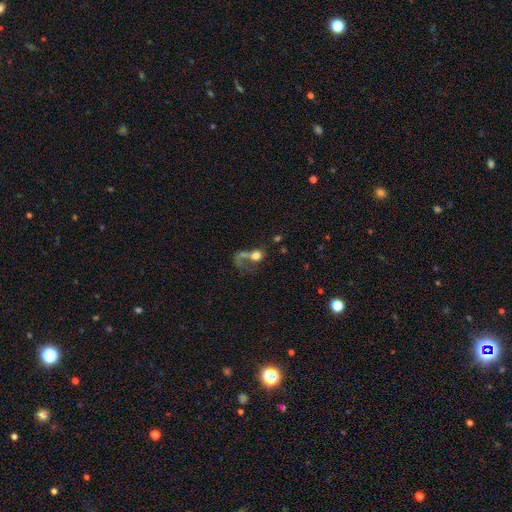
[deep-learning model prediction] Smooth or featured? smooth (59%)
How rounded? round (62%)
Merging? merger (39%)